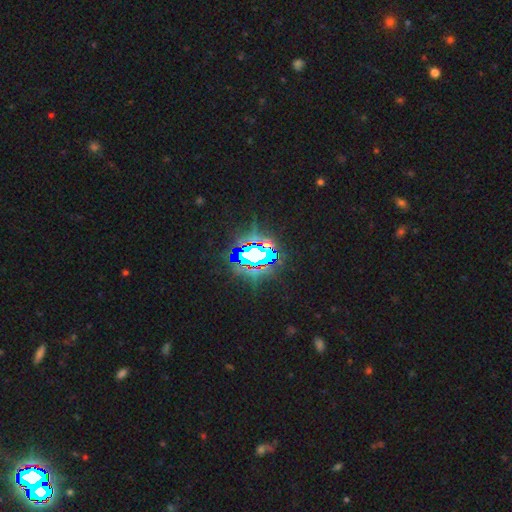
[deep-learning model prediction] The model was most divided on "smooth or featured": star or artifact: 77%, featured or disk: 12%, smooth: 10%.